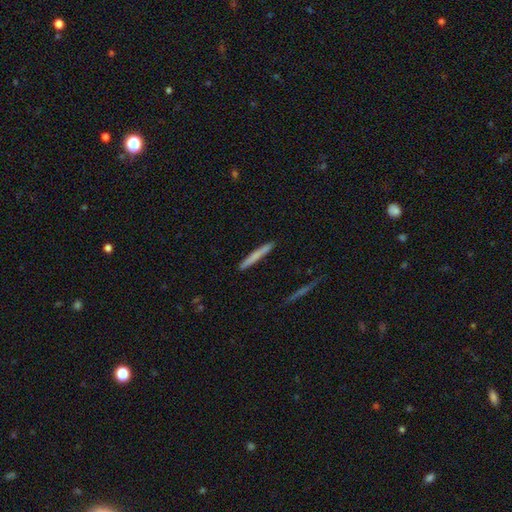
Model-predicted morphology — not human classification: Q: Smooth or featured?
A: smooth (68%); runner-up: featured or disk (26%)
Q: How rounded?
A: cigar-shaped (97%); runner-up: in between (2%)
Q: Merging?
A: none (91%); runner-up: minor disturbance (7%)